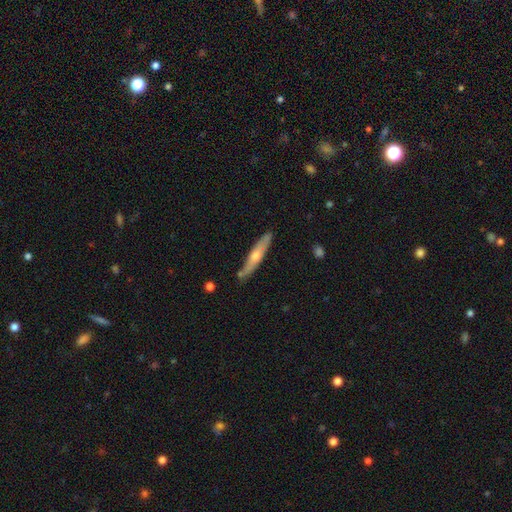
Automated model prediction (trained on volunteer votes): Smooth or featured? Predicted: featured or disk (p=0.54). Edge-on disk? Predicted: yes (p=0.87). Merging? Predicted: none (p=0.82).